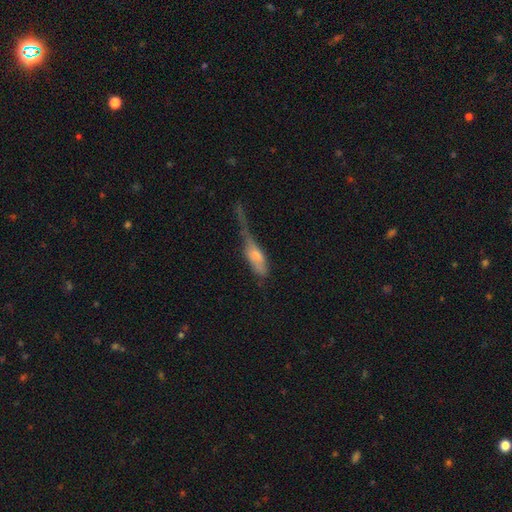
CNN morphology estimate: Smooth or featured? smooth (56%)
How rounded? in between (50%)
Merging? major disturbance (52%)